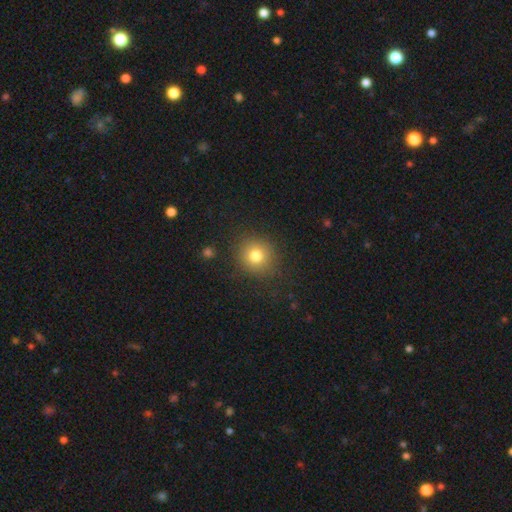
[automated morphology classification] Smooth or featured? smooth (77%)
How rounded? round (88%)
Merging? none (86%)